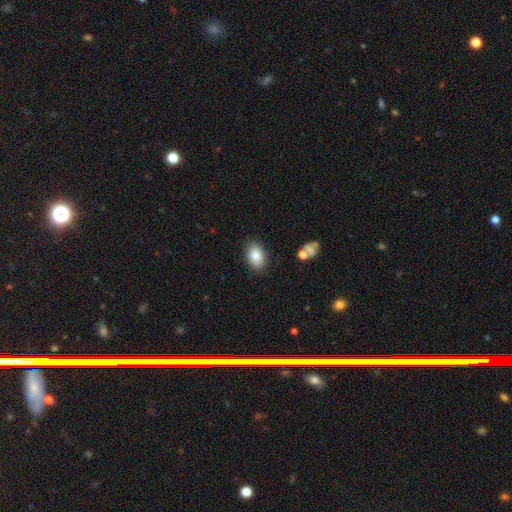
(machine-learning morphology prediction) Smooth or featured? Predicted: smooth (p=0.84). How rounded? Predicted: in between (p=0.85). Merging? Predicted: none (p=0.85).